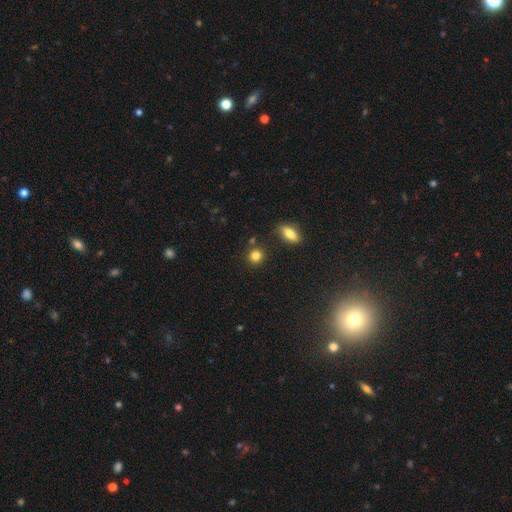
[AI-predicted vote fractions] Smooth or featured? smooth (84%)
How rounded? round (88%)
Merging? none (84%)